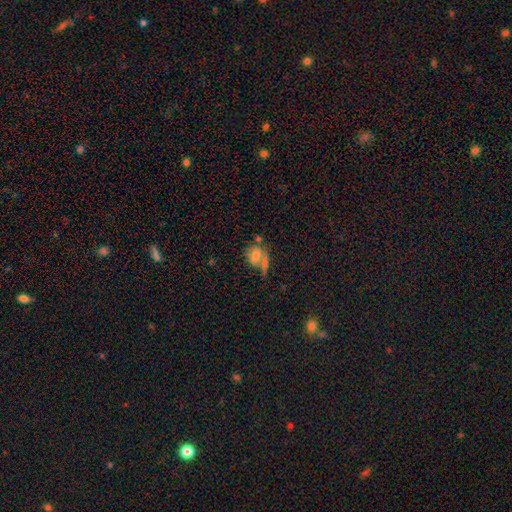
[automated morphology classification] Smooth or featured? smooth (62%)
How rounded? in between (59%)
Merging? none (36%)